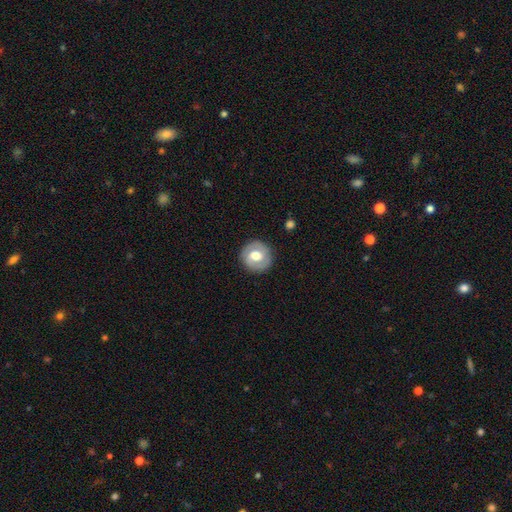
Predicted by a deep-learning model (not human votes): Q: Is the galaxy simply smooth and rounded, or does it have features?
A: featured or disk — 49%.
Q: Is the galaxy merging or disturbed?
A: none — 87%.